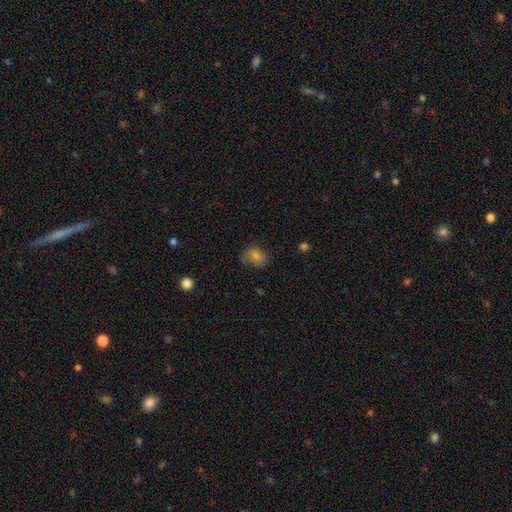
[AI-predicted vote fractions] Smooth or featured? Predicted: smooth (p=0.74). How rounded? Predicted: round (p=0.55). Merging? Predicted: none (p=0.72).